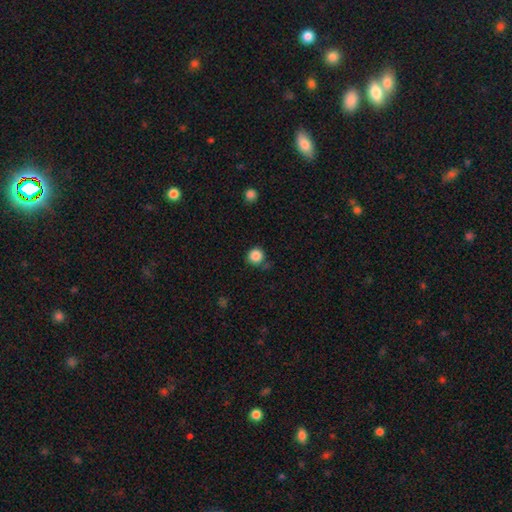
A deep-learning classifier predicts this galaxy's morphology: Overall: smooth (86%). How rounded: round (95%). Merging: none (79%).